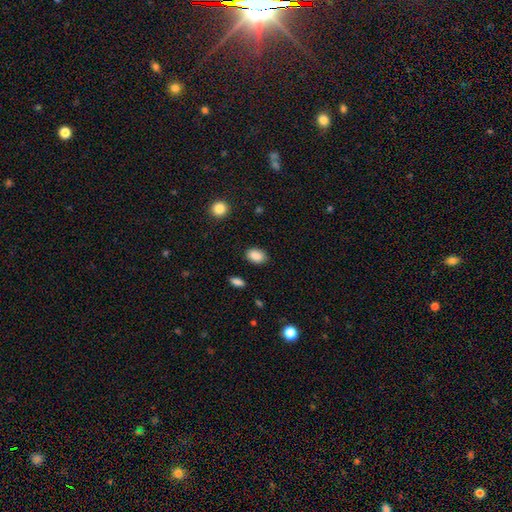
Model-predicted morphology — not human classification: This appears to be a smooth galaxy with no disk features (88%) that is in between round and cigar-shaped (84%). Merging: none (86%).